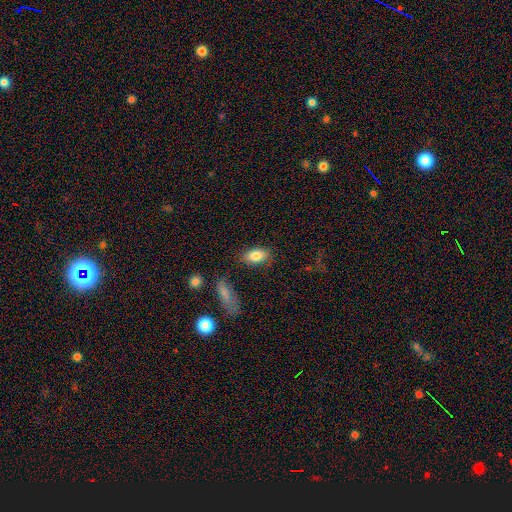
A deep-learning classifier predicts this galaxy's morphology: Overall: smooth (83%). How rounded: in between (91%). Merging: none (78%).